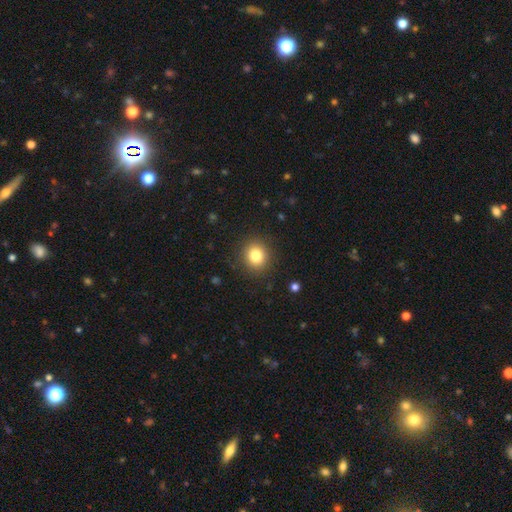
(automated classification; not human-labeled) A smooth galaxy with no disk features (81%) that is round (83%).

Vote fractions:
- Smooth or featured? smooth: 81% / star or artifact: 12% / featured or disk: 7%
- How rounded? round: 83% / in between: 16% / cigar-shaped: 1%
- Merging? none: 89% / minor disturbance: 7% / major disturbance: 3% / merger: 1%